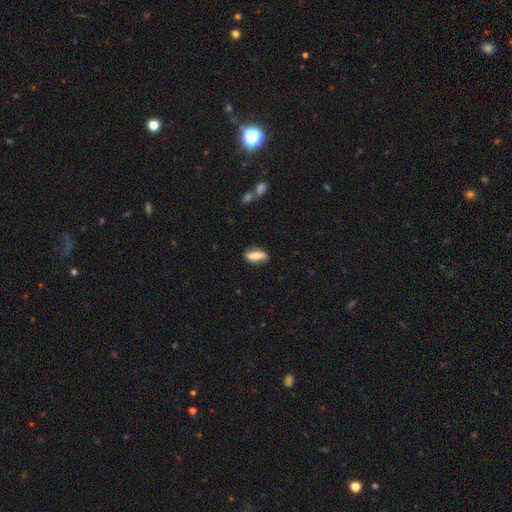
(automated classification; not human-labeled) This is likely a smooth galaxy (70%). How rounded: likely in between (65%). Merging: likely none (75%).